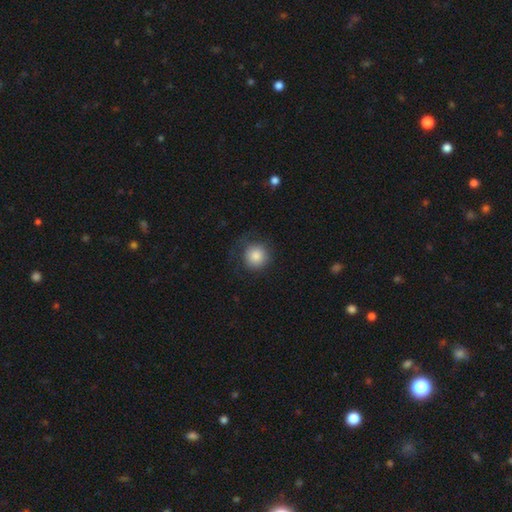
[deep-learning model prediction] Smooth or featured? Predicted: smooth (p=0.85). How rounded? Predicted: round (p=0.93). Merging? Predicted: none (p=0.71).